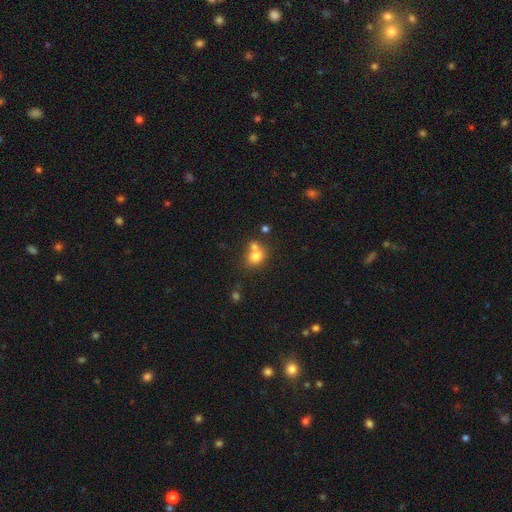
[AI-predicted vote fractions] smooth_or_featured: smooth (p=0.76) [alt: featured or disk p=0.12]
how_rounded: round (p=0.64) [alt: in between p=0.35]
merging: merger (p=0.44) [alt: none p=0.42]